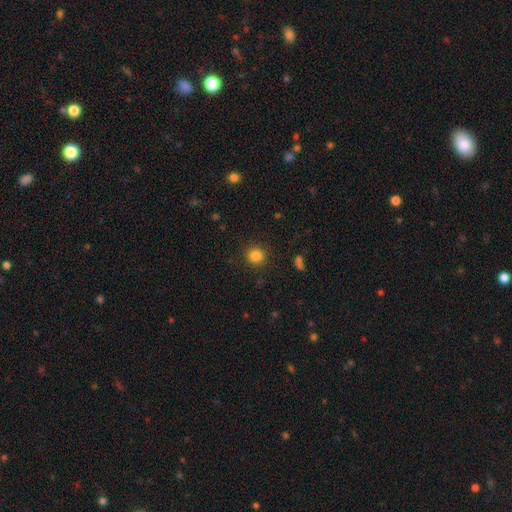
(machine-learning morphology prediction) This appears to be a smooth galaxy with no disk features (83%) that is round (92%). Merging: none (90%).